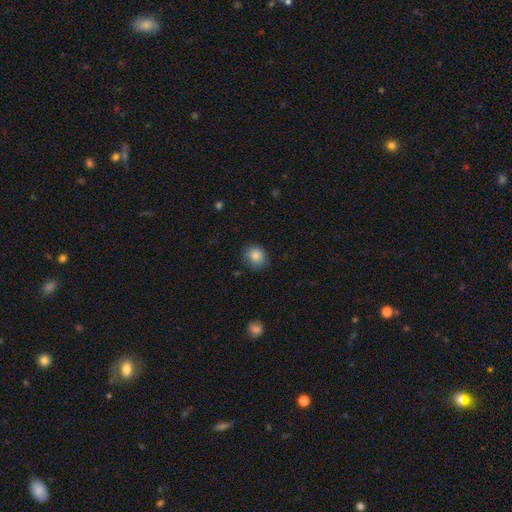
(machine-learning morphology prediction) Q: Smooth or featured?
A: smooth (85%); runner-up: star or artifact (10%)
Q: How rounded?
A: round (78%); runner-up: in between (21%)
Q: Merging?
A: none (80%); runner-up: minor disturbance (15%)